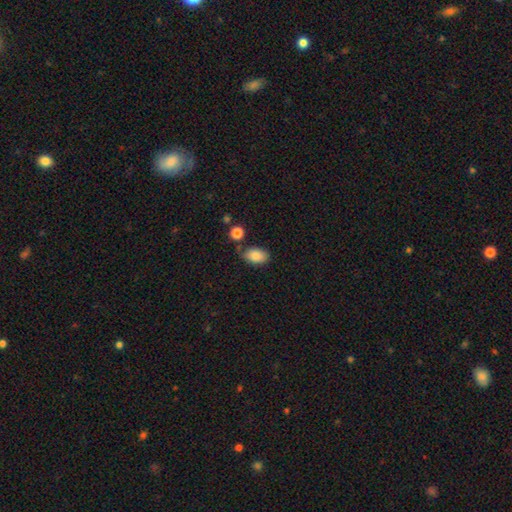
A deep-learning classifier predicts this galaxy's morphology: smooth-or-featured: smooth: 87% | star or artifact: 7% | featured or disk: 6%
  how-rounded: in between: 91% | round: 8% | cigar-shaped: 2%
  merging: none: 73% | minor disturbance: 17% | merger: 6% | major disturbance: 4%